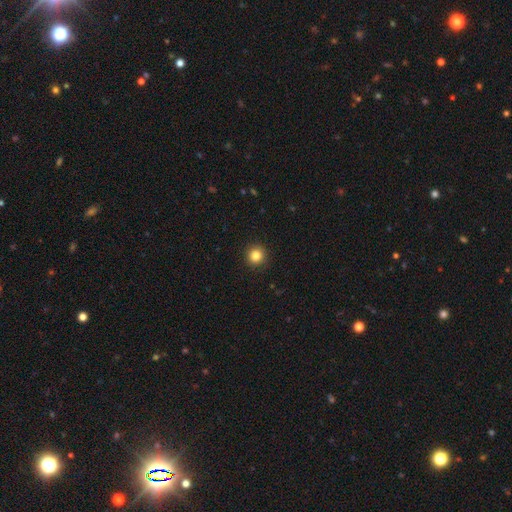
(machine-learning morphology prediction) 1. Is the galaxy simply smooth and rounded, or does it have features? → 85% smooth, 11% star or artifact, 4% featured or disk.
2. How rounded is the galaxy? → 94% round, 5% in between, 1% cigar-shaped.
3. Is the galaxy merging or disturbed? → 93% none, 5% minor disturbance, 2% major disturbance, 1% merger.